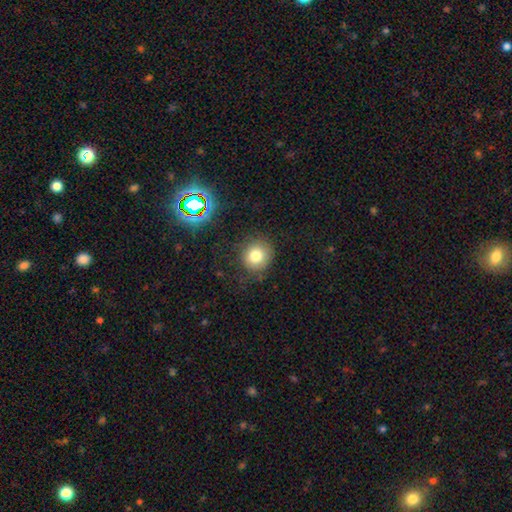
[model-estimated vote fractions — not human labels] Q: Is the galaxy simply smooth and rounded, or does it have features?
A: smooth — 76%.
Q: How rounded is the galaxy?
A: round — 88%.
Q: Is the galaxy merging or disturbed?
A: none — 80%.